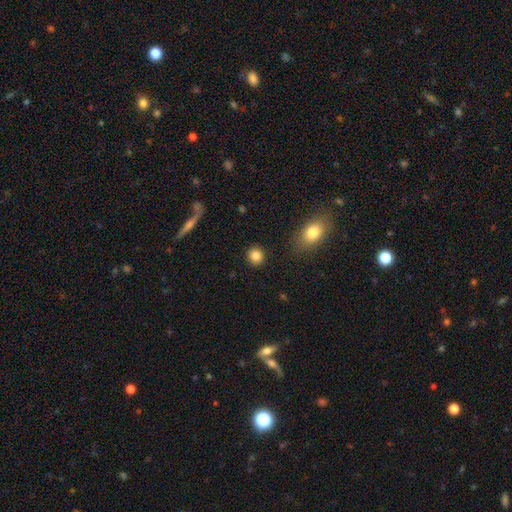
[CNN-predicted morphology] The model was most divided on "how rounded": round: 87%, in between: 12%, cigar-shaped: 1%. More confident: merging — none (90%); smooth or featured — smooth (85%).